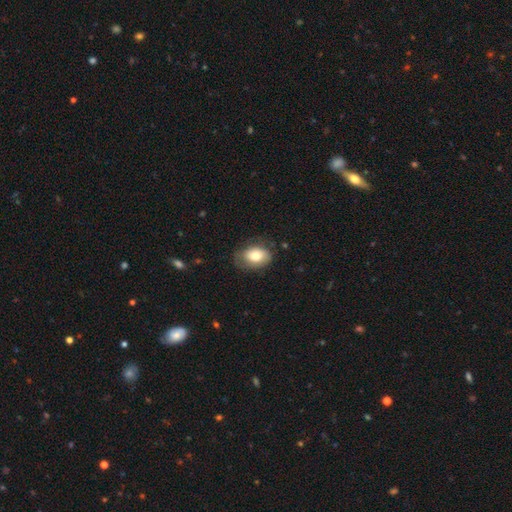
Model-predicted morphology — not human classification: A smooth galaxy with no disk features (71%) that is in between round and cigar-shaped (77%).

Vote fractions:
- Smooth or featured? smooth: 71% / featured or disk: 21% / star or artifact: 8%
- How rounded? in between: 77% / round: 22% / cigar-shaped: 1%
- Merging? none: 63% / minor disturbance: 27% / major disturbance: 9% / merger: 1%